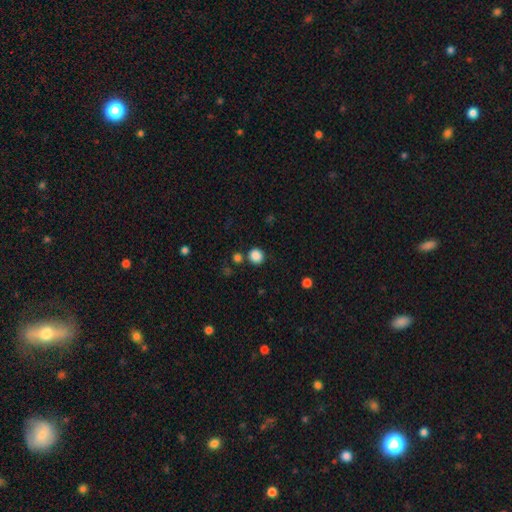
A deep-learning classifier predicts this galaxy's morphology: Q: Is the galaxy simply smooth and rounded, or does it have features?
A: smooth — 86%.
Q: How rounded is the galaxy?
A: round — 90%.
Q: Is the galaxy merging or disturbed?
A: none — 83%.